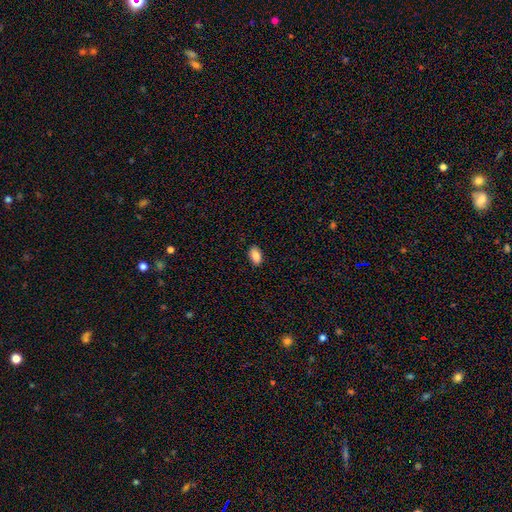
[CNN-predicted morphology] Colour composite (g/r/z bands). It shows a smooth galaxy with no disk features (87%) that is in between round and cigar-shaped (92%). Merging: none (88%).